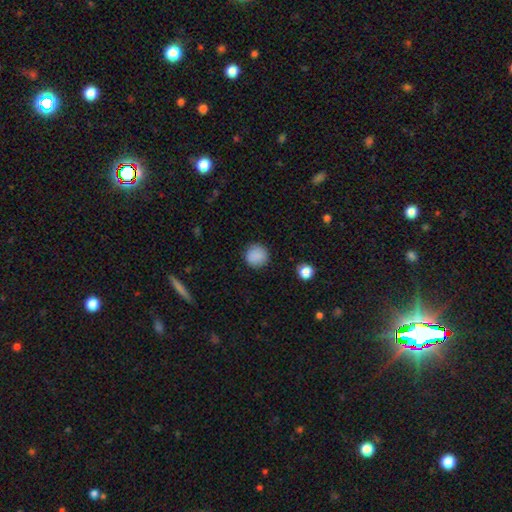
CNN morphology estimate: Smooth or featured: smooth — 88% (star or artifact — 9%)
How rounded: round — 93% (in between — 6%)
Merging: none — 90% (minor disturbance — 7%)